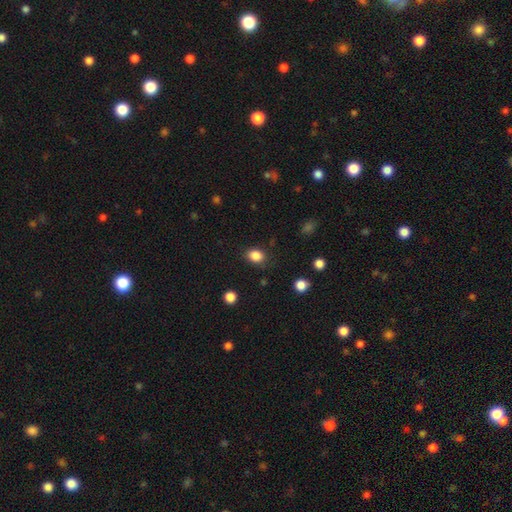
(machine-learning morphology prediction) Smooth or featured? Predicted: smooth (p=0.86). How rounded? Predicted: in between (p=0.59). Merging? Predicted: none (p=0.83).